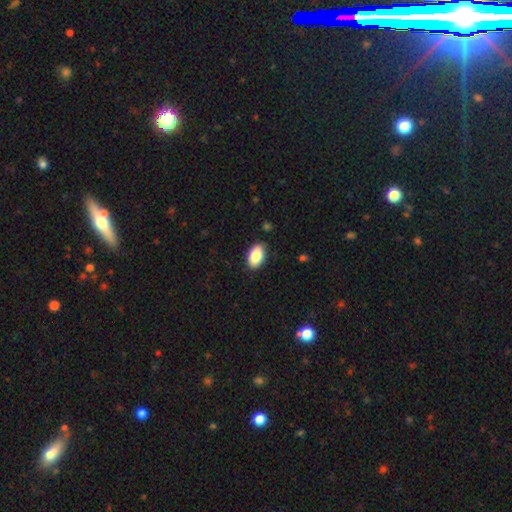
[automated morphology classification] This is clearly a smooth galaxy (85%). How rounded: clearly in between (93%). Merging: clearly none (87%).